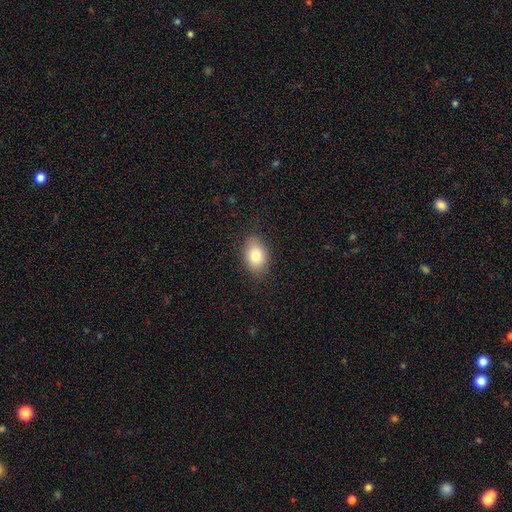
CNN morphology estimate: A smooth galaxy with no disk features (80%) that is in between round and cigar-shaped (79%). Merging: none (85%).